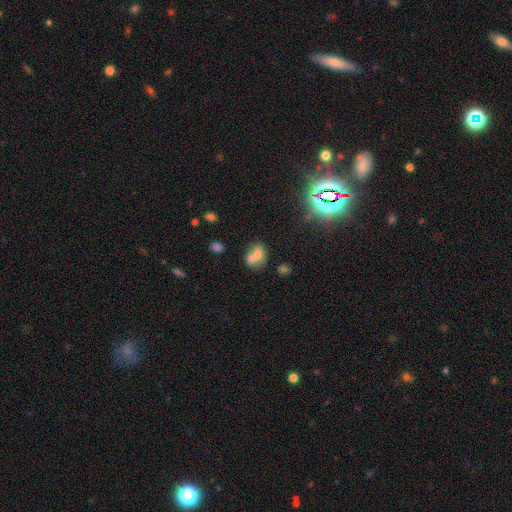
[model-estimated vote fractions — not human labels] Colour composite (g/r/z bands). It shows a smooth galaxy with no disk features (67%) that is in between round and cigar-shaped (62%). Merging: merger (62%).